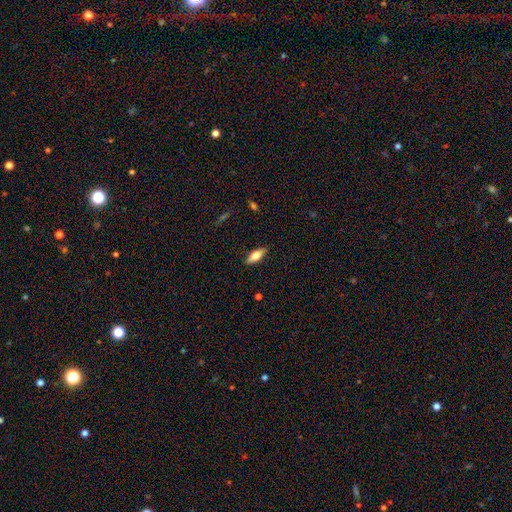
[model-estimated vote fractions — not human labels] A smooth galaxy with no disk features (64%) that is in between round and cigar-shaped (67%). Merging: none (88%).